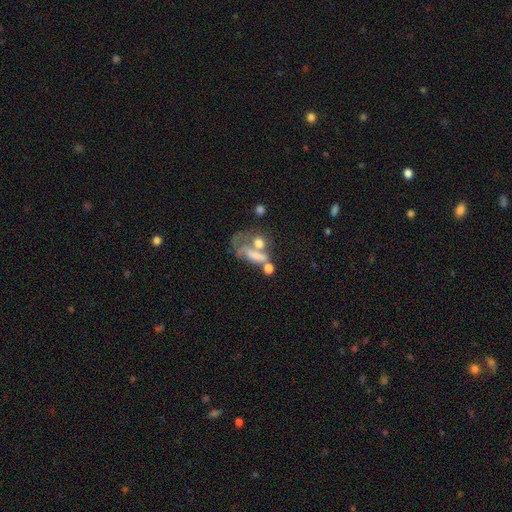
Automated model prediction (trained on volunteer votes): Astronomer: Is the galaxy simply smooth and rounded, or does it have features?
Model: smooth — 48% (runner-up: featured or disk, 38%).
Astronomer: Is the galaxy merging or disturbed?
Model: merger — 40% (runner-up: major disturbance, 32%).